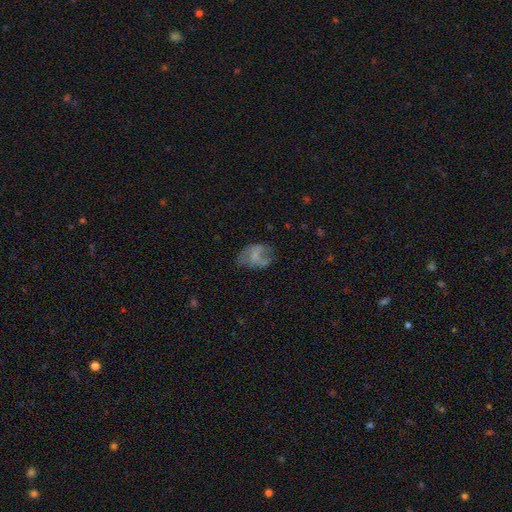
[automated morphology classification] type=smooth (49%); merging=none (43%).